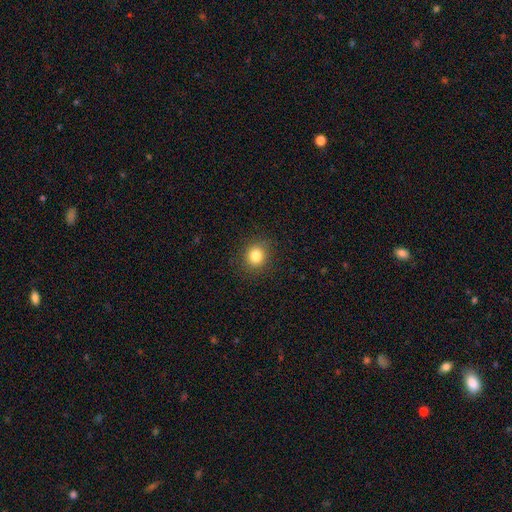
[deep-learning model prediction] A smooth galaxy with no disk features (83%) that is round (81%).

Vote fractions:
- Smooth or featured? smooth: 83% / star or artifact: 12% / featured or disk: 6%
- How rounded? round: 81% / in between: 18% / cigar-shaped: 1%
- Merging? none: 88% / minor disturbance: 8% / major disturbance: 3% / merger: 1%